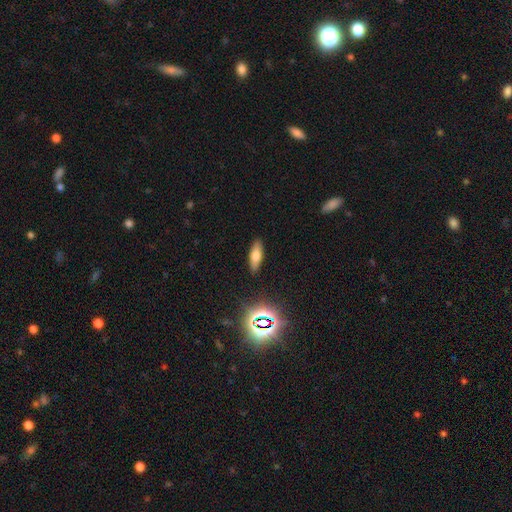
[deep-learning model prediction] Q: Smooth or featured?
A: smooth (66%); runner-up: featured or disk (20%)
Q: How rounded?
A: in between (60%); runner-up: cigar-shaped (37%)
Q: Merging?
A: none (88%); runner-up: minor disturbance (8%)